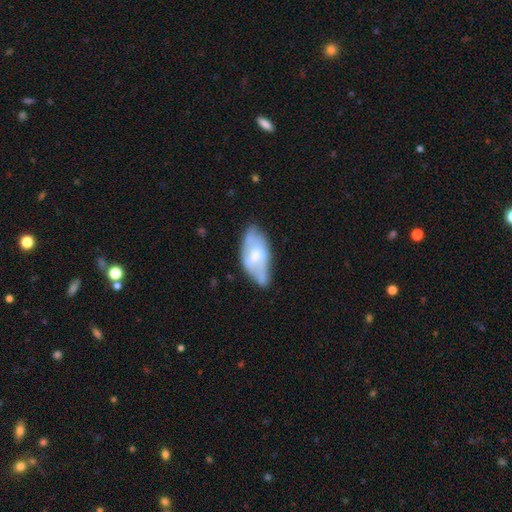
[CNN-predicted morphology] The model was most divided on "merging": none: 47%, minor disturbance: 34%, major disturbance: 14%, merger: 5%. More confident: edge-on disk — no (90%); smooth or featured — featured or disk (54%).